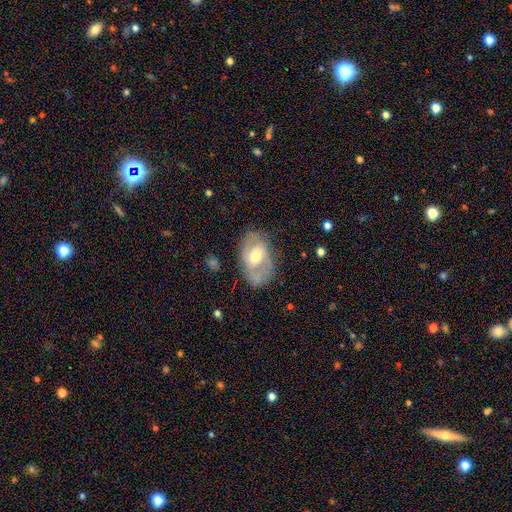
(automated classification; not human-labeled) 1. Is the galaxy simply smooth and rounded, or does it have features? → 68% featured or disk, 26% smooth, 6% star or artifact.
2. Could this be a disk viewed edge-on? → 94% no, 6% yes.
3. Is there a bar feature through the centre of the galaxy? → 46% weak, 35% no, 19% strong.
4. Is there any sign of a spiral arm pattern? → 71% yes, 29% no.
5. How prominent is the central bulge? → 65% moderate, 24% small, 8% large, 1% none, 1% dominant.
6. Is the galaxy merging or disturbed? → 69% none, 20% minor disturbance, 9% major disturbance, 2% merger.